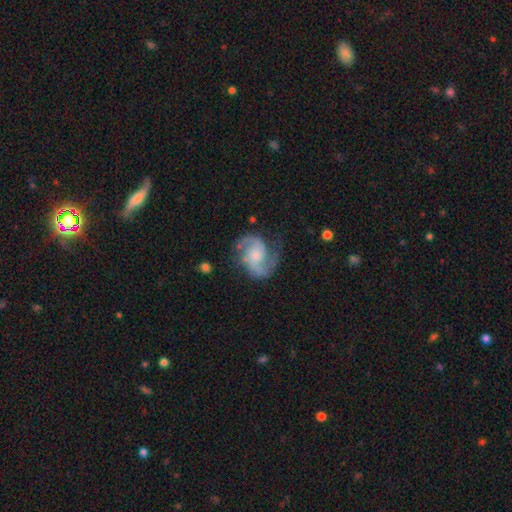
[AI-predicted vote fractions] Smooth or featured: featured or disk — 88% (smooth — 7%)
Edge-on disk: no — 98% (yes — 2%)
Bar: no — 59% (weak — 34%)
Spiral arms: yes — 97% (no — 3%)
Spiral winding: medium — 55% (loose — 28%)
Spiral arm count: 2 — 92% (can't tell — 2%)
Bulge size: small — 48% (moderate — 33%)
Merging: none — 70% (minor disturbance — 18%)